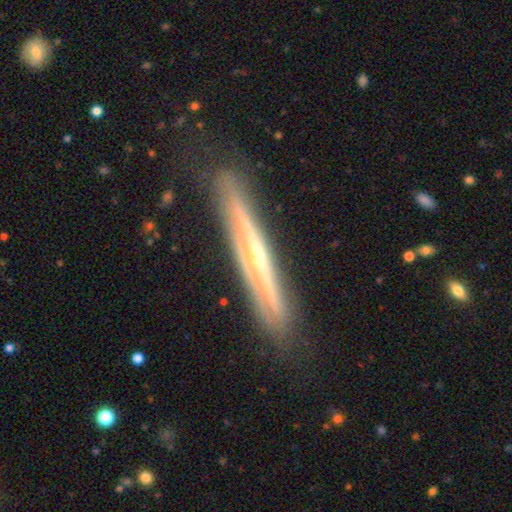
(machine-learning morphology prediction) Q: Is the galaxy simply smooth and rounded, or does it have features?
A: featured or disk — 83%.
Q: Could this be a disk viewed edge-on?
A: yes — 92%.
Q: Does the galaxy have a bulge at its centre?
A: rounded — 68%.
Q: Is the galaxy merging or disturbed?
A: none — 82%.